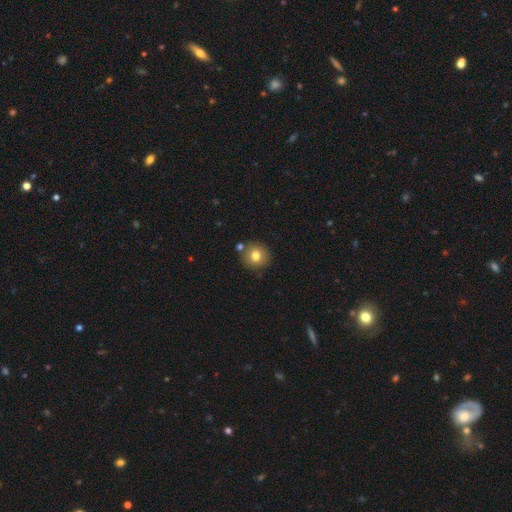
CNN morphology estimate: type=smooth (78%); roundness=round (89%); merging=none (81%).